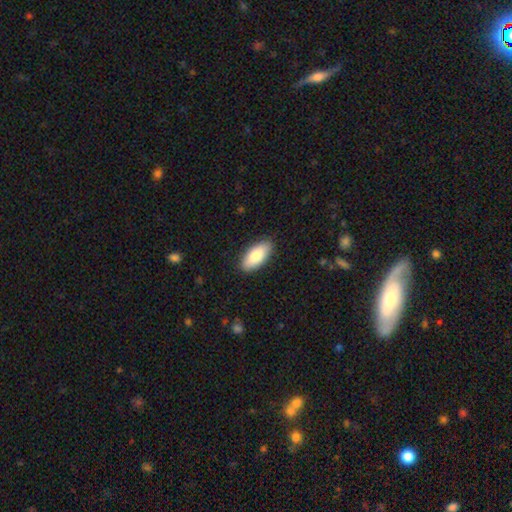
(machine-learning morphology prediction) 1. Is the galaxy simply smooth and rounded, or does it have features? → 83% smooth, 11% featured or disk, 6% star or artifact.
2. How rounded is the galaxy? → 89% in between, 9% cigar-shaped, 2% round.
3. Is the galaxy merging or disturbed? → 88% none, 9% minor disturbance, 2% major disturbance, 1% merger.